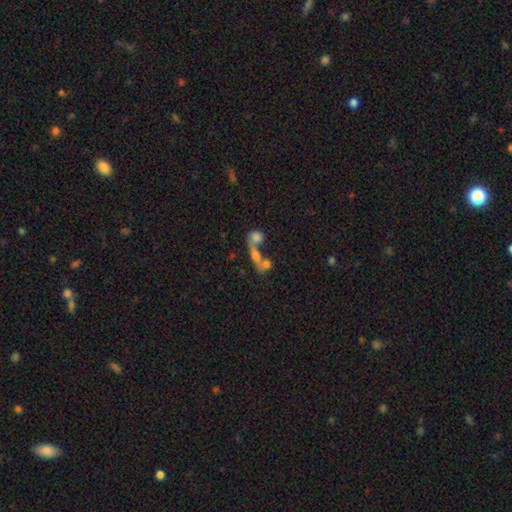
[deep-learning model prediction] smooth-or-featured: smooth: 52% | featured or disk: 31% | star or artifact: 17%
  how-rounded: in between: 46% | round: 34% | cigar-shaped: 20%
  merging: merger: 61% | none: 23% | major disturbance: 9% | minor disturbance: 7%